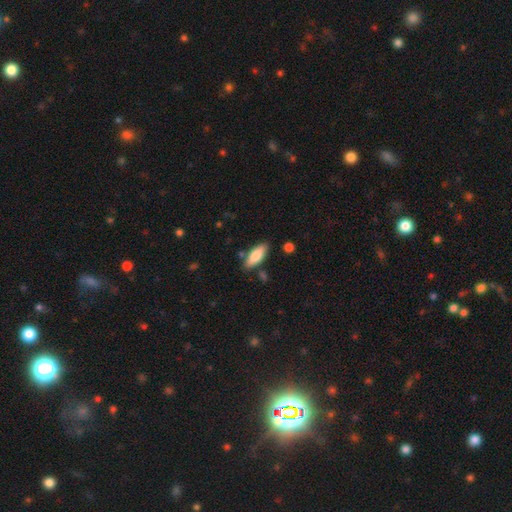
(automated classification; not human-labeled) smooth 79%, featured or disk 15%, star or artifact 6%. Down the decision tree: how rounded — in between (75%); merging — none (82%).